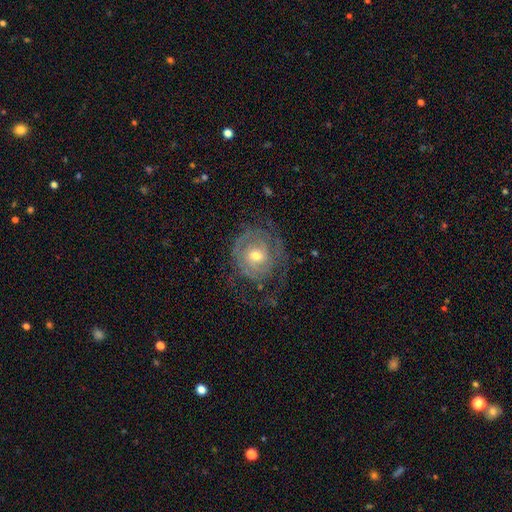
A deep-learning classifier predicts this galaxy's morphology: smooth_or_featured: featured or disk (p=0.75) [alt: smooth p=0.18]
disk_edge_on: no (p=0.97) [alt: yes p=0.03]
bar: no (p=0.68) [alt: weak p=0.26]
has_spiral_arms: yes (p=0.80) [alt: no p=0.20]
spiral_winding: tight (p=0.67) [alt: medium p=0.23]
spiral_arm_count: can't tell (p=0.44) [alt: 2 p=0.27]
bulge_size: moderate (p=0.56) [alt: small p=0.39]
merging: none (p=0.58) [alt: major disturbance p=0.21]